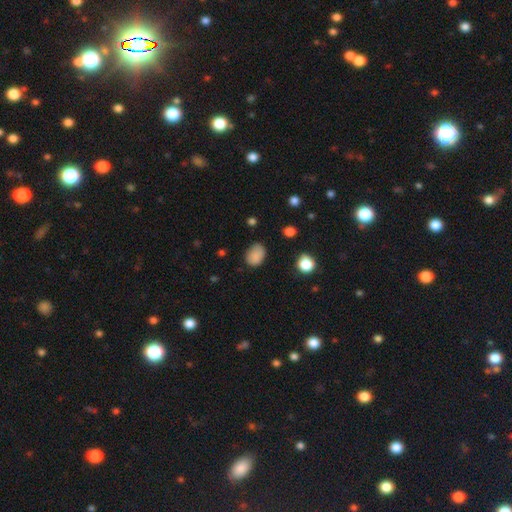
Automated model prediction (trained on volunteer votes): smooth 85%, star or artifact 10%, featured or disk 5%. Down the decision tree: how rounded — in between (67%); merging — none (71%).